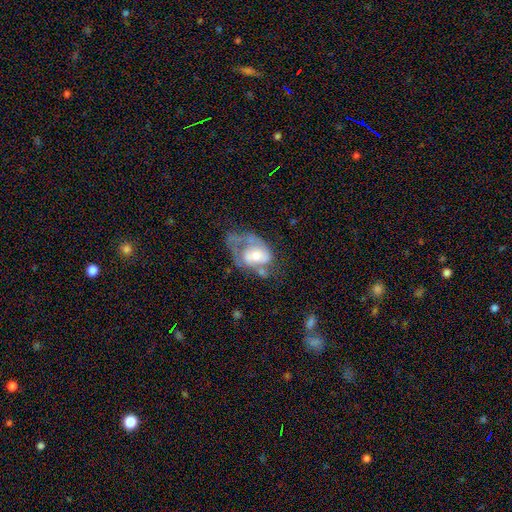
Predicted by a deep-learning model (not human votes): Smooth or featured? Predicted: featured or disk (p=0.63). Edge-on disk? Predicted: no (p=0.97). Bar? Predicted: no (p=0.66). Spiral arms? Predicted: yes (p=0.63). Bulge size? Predicted: moderate (p=0.56). Merging? Predicted: major disturbance (p=0.47).